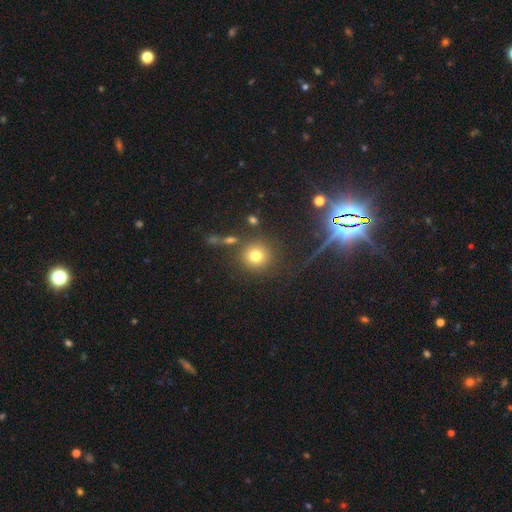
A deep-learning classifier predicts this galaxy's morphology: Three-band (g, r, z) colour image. It shows a smooth galaxy with no disk features (75%) that is round (92%). Merging: none (78%).